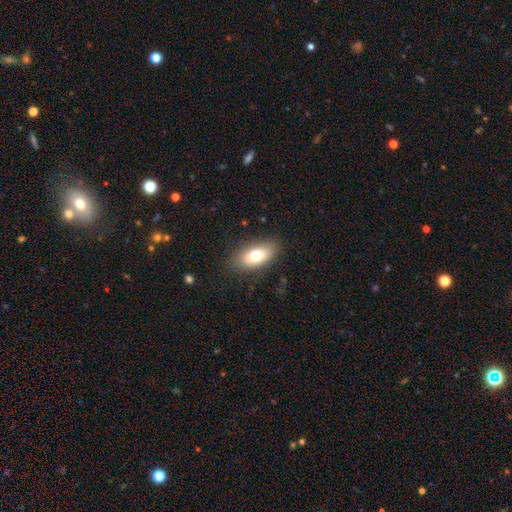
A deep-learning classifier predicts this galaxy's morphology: Smooth or featured? Predicted: smooth (p=0.74). How rounded? Predicted: in between (p=0.89). Merging? Predicted: none (p=0.82).